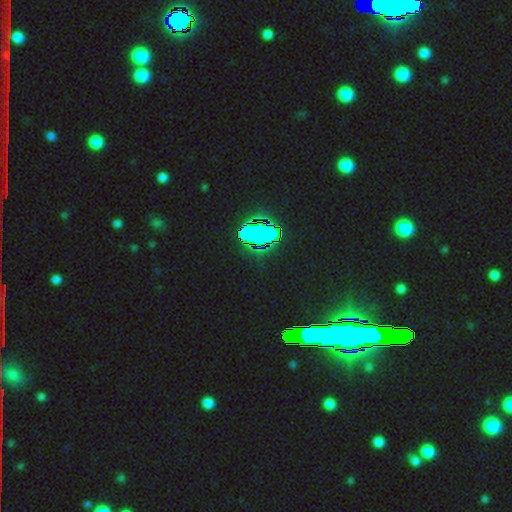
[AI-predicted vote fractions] This is likely a star or artifact rather than a galaxy (78%).